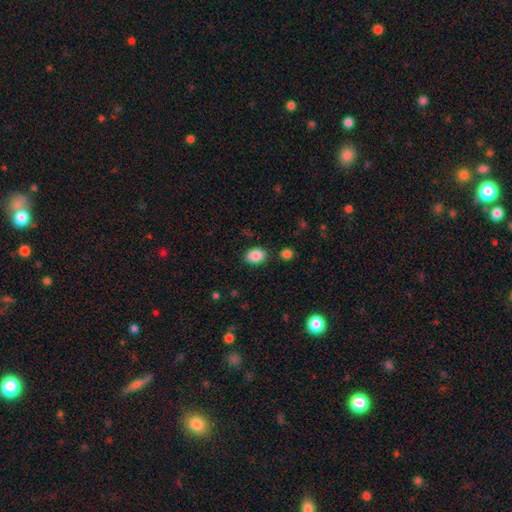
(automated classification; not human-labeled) A smooth galaxy with no disk features (87%) that is in between round and cigar-shaped (77%).

Vote fractions:
- Smooth or featured? smooth: 87% / star or artifact: 8% / featured or disk: 5%
- How rounded? in between: 77% / round: 22% / cigar-shaped: 1%
- Merging? none: 84% / minor disturbance: 11% / merger: 3% / major disturbance: 3%